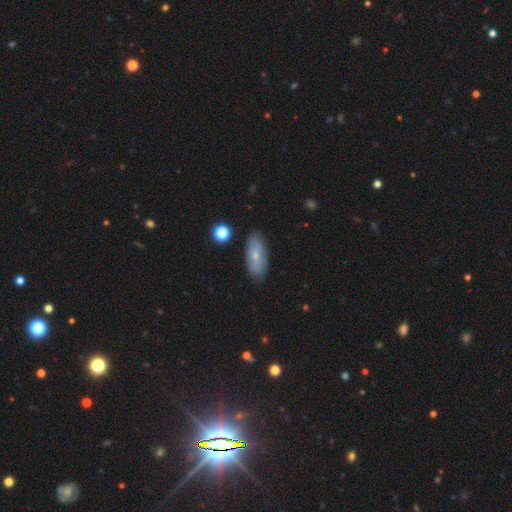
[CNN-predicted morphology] Smooth or featured: smooth — 60% (featured or disk — 32%)
How rounded: in between — 80% (cigar-shaped — 16%)
Merging: none — 81% (minor disturbance — 14%)